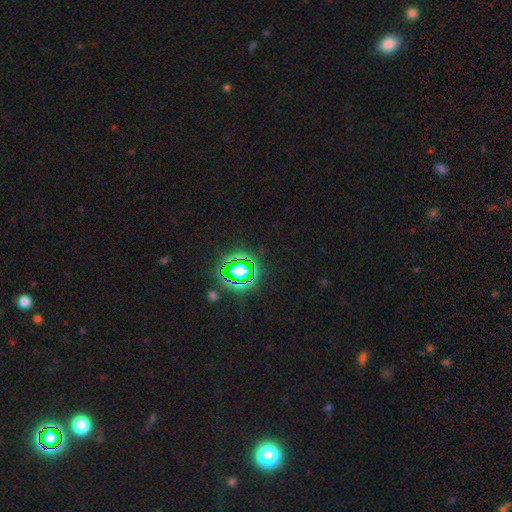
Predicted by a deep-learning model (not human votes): Smooth or featured? star or artifact (76%)